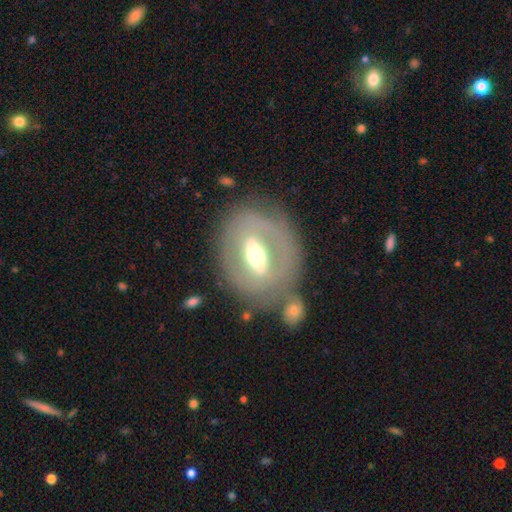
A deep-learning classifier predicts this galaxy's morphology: featured or disk 69%, smooth 25%, star or artifact 6%. Down the decision tree: edge-on disk — no (90%); bar — strong (46%); spiral arms — no (70%); bulge size — moderate (71%); merging — none (59%).